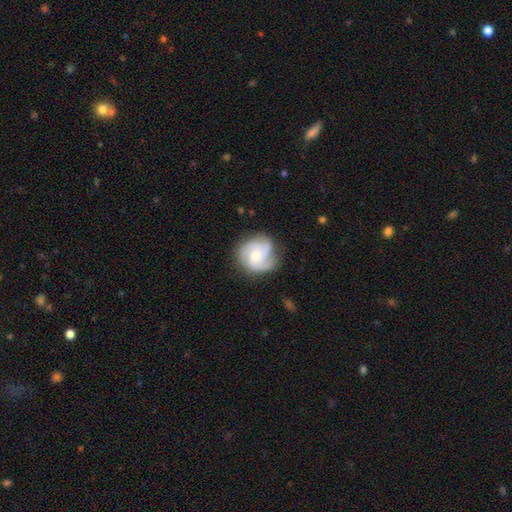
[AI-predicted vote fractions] smooth_or_featured: featured or disk (p=0.81) [alt: smooth p=0.13]
disk_edge_on: no (p=0.98) [alt: yes p=0.02]
bar: no (p=0.73) [alt: weak p=0.24]
has_spiral_arms: yes (p=0.97) [alt: no p=0.03]
spiral_winding: tight (p=0.50) [alt: medium p=0.40]
spiral_arm_count: 3 (p=0.64) [alt: 4 p=0.14]
bulge_size: moderate (p=0.60) [alt: small p=0.35]
merging: none (p=0.75) [alt: minor disturbance p=0.18]